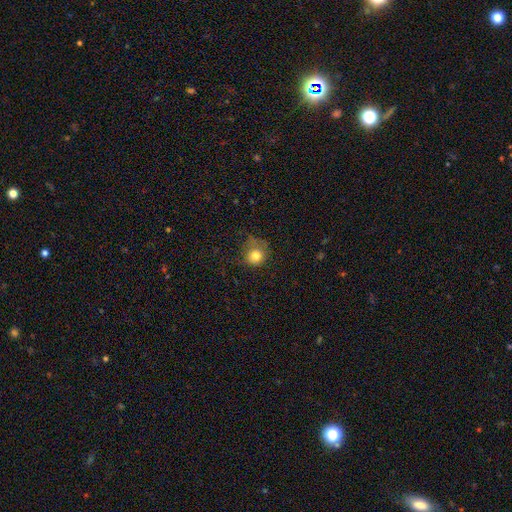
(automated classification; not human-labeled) smooth 79%, star or artifact 12%, featured or disk 9%. Down the decision tree: how rounded — round (85%); merging — none (52%).